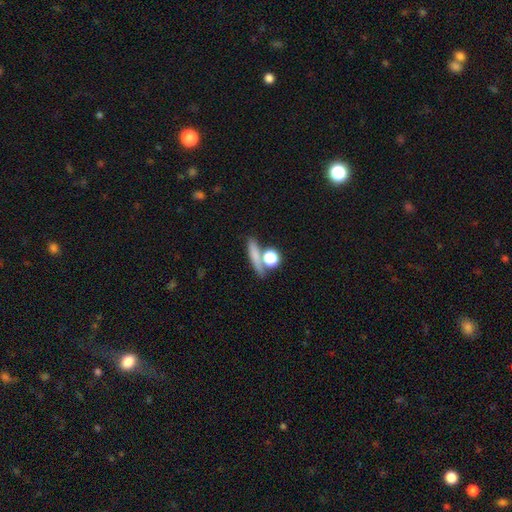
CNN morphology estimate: Smooth or featured? smooth (73%)
How rounded? cigar-shaped (46%)
Merging? none (65%)